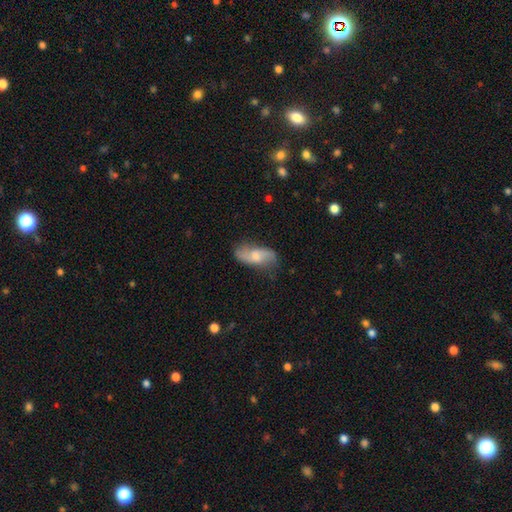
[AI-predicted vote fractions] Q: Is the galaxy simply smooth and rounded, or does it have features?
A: featured or disk — 49%.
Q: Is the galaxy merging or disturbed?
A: none — 66%.